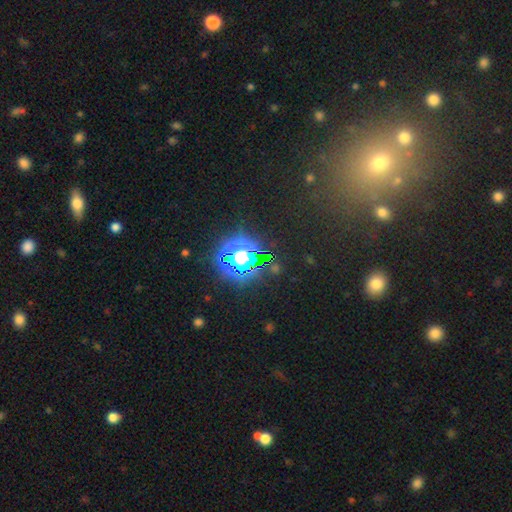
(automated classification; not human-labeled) smooth_or_featured: star or artifact (p=0.72) [alt: smooth p=0.20]